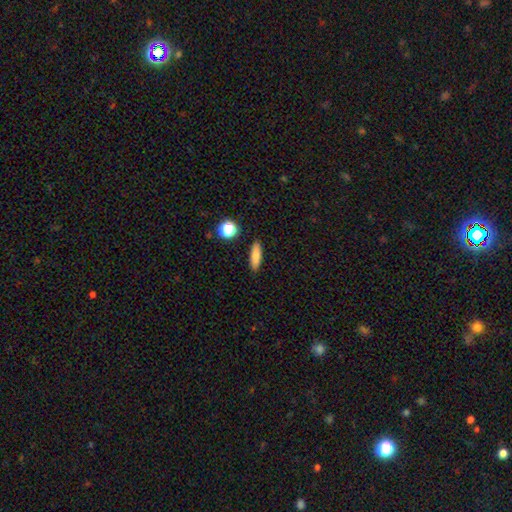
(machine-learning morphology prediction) This is clearly a smooth galaxy (81%). How rounded: possibly cigar-shaped (54%). Merging: clearly none (89%).